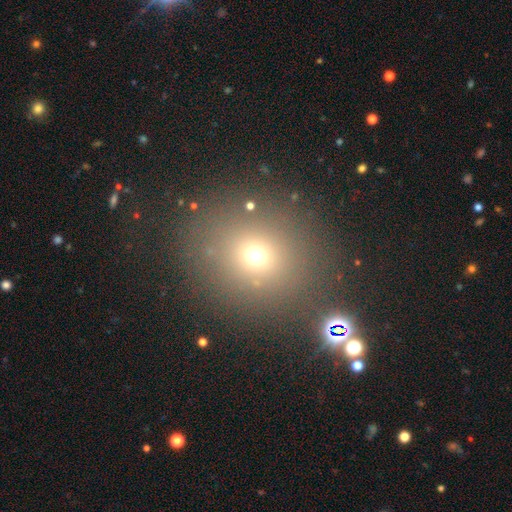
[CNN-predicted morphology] A smooth galaxy with no disk features (63%) that is round (79%). Merging: none (81%).